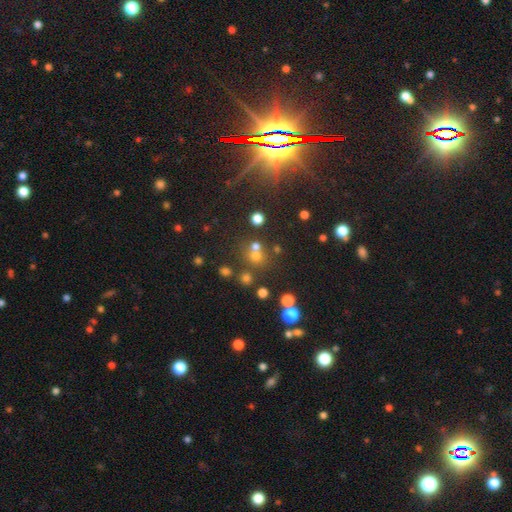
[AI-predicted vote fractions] Smooth or featured? Predicted: smooth (p=0.54). How rounded? Predicted: round (p=0.87). Merging? Predicted: none (p=0.62).